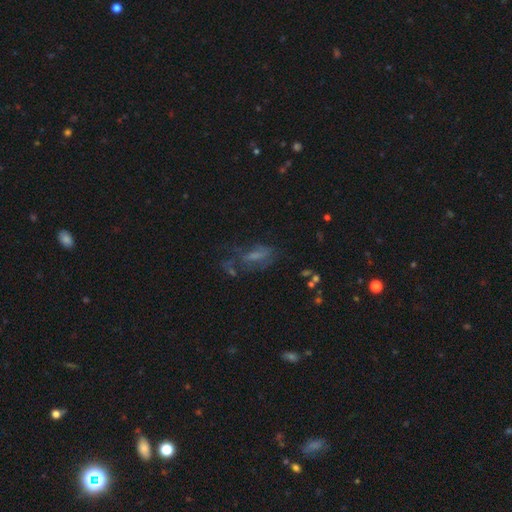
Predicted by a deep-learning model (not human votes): Smooth or featured?
  - featured or disk: 43% *
  - smooth: 35%
  - star or artifact: 22%
Merging?
  - none: 45% *
  - major disturbance: 26%
  - minor disturbance: 22%
  - merger: 7%